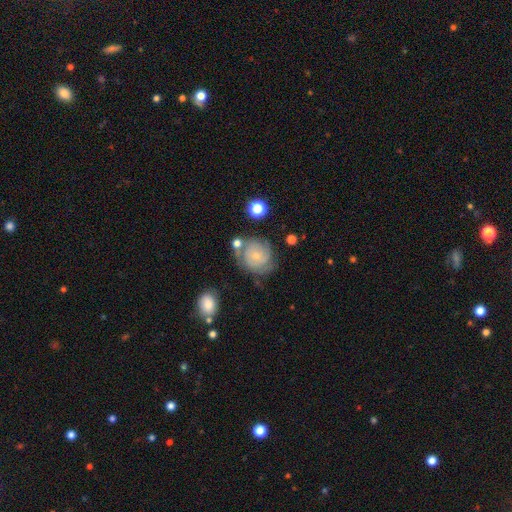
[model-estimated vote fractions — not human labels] Morphology: type=featured or disk (63%); edge-on=no (98%); bar=no (79%); spiral arms=yes (87%); winding=tight (66%); arm count=can't tell (40%); bulge=small (77%); merging=none (61%).